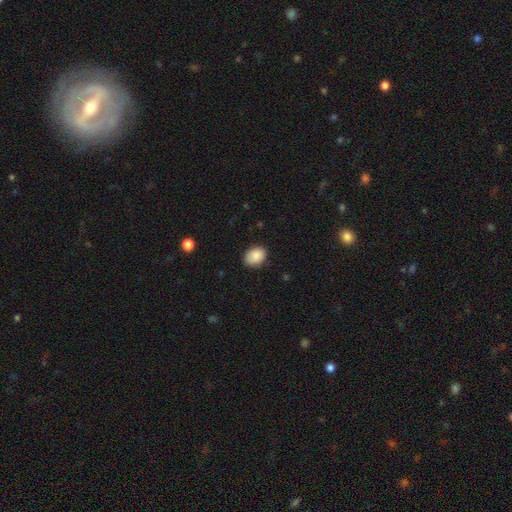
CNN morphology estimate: type=smooth (88%); roundness=in between (64%); merging=none (78%).